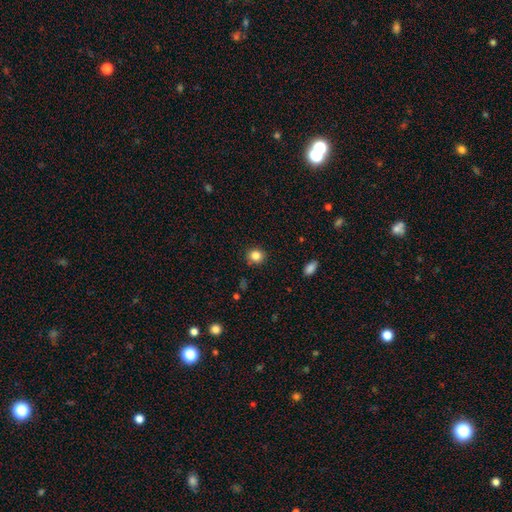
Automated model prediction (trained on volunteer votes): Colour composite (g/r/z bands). It shows a smooth galaxy with no disk features (84%) that is round (82%). Merging: none (88%).